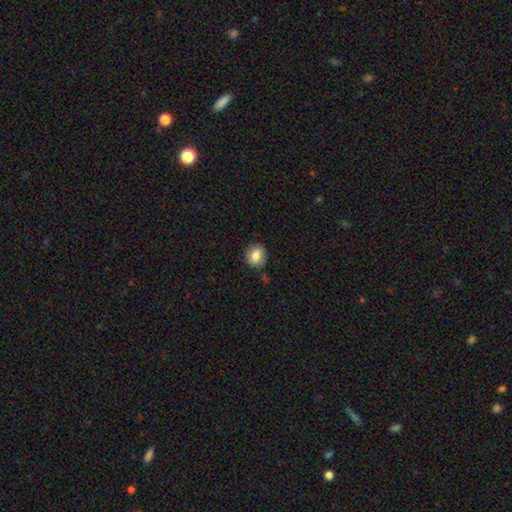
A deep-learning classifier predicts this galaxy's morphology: A smooth galaxy with no disk features (83%) that is round (64%).

Vote fractions:
- Smooth or featured? smooth: 83% / featured or disk: 9% / star or artifact: 8%
- How rounded? round: 64% / in between: 35% / cigar-shaped: 1%
- Merging? none: 81% / minor disturbance: 13% / major disturbance: 3% / merger: 3%